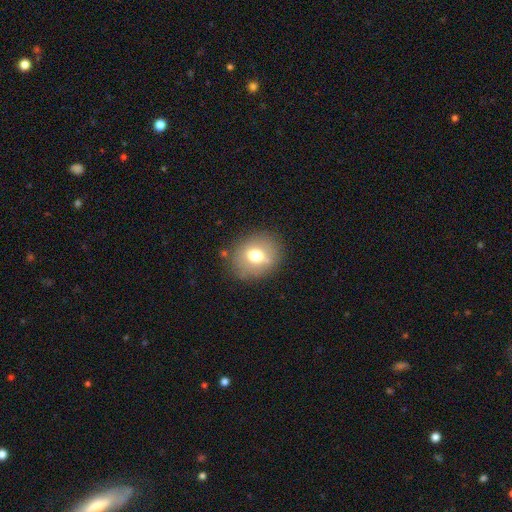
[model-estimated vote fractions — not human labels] A smooth galaxy with no disk features (66%) that is round (66%). Merging: none (81%).